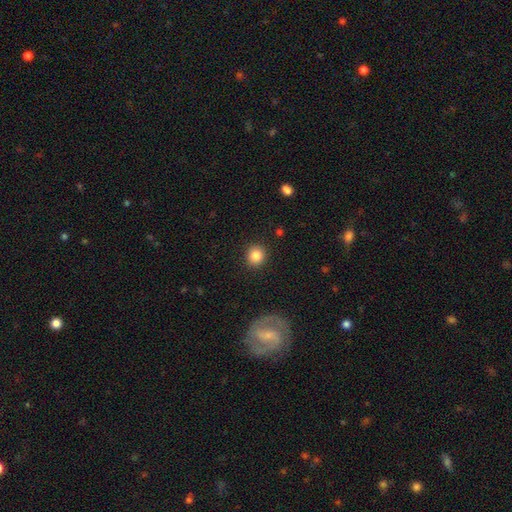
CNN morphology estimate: Smooth or featured?
  - smooth: 85% *
  - star or artifact: 10%
  - featured or disk: 5%
How rounded?
  - round: 87% *
  - in between: 12%
  - cigar-shaped: 1%
Merging?
  - none: 90% *
  - minor disturbance: 6%
  - major disturbance: 2%
  - merger: 1%